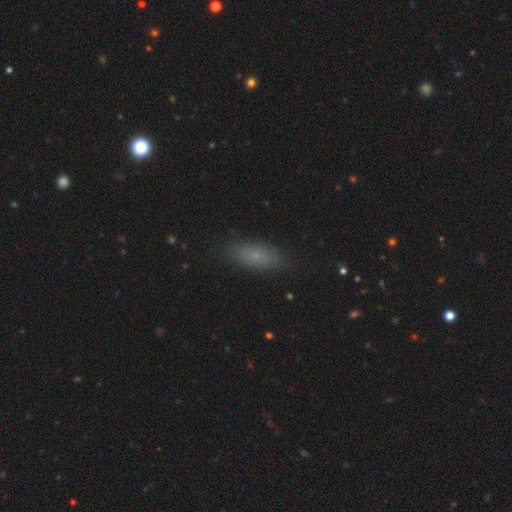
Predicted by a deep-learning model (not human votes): Overall: smooth (73%). How rounded: in between (74%). Merging: none (85%).